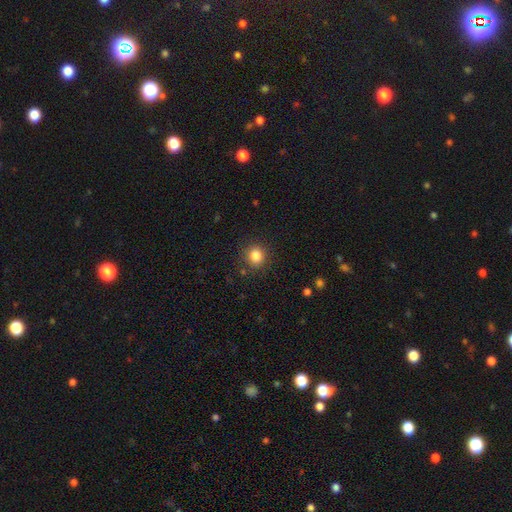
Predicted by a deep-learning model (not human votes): A smooth galaxy with no disk features (84%) that is round (87%).

Vote fractions:
- Smooth or featured? smooth: 84% / star or artifact: 11% / featured or disk: 5%
- How rounded? round: 87% / in between: 12% / cigar-shaped: 1%
- Merging? none: 87% / minor disturbance: 8% / major disturbance: 3% / merger: 2%